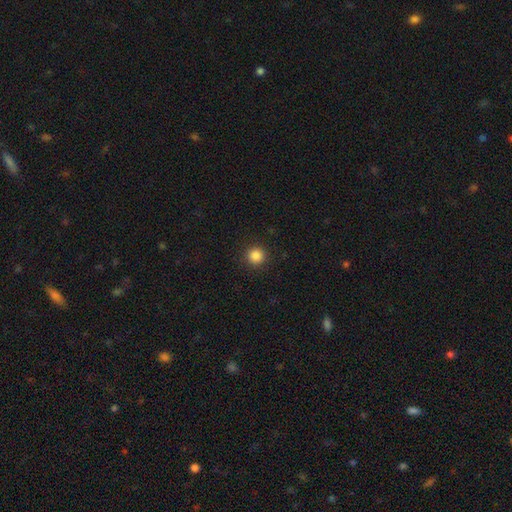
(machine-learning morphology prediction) Smooth or featured: smooth — 86% (star or artifact — 11%)
How rounded: round — 96% (in between — 3%)
Merging: none — 92% (minor disturbance — 5%)